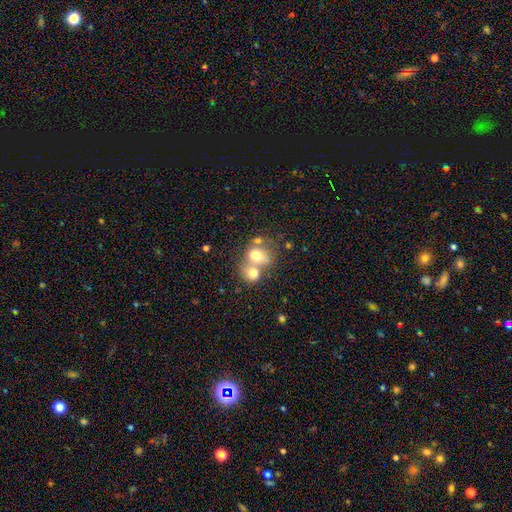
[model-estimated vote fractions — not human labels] Morphology: type=smooth (70%); roundness=round (61%); merging=merger (64%).